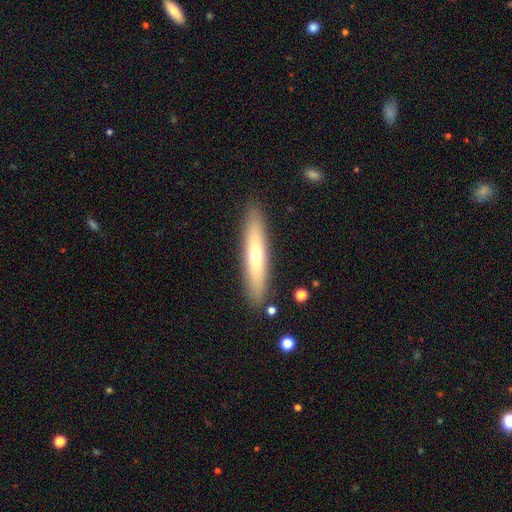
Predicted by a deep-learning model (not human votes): This is possibly a smooth galaxy (52%). How rounded: clearly cigar-shaped (89%). Merging: clearly none (89%).